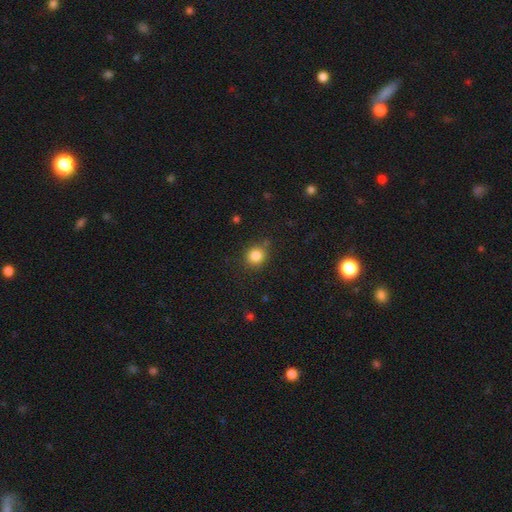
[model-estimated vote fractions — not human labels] A smooth galaxy with no disk features (85%) that is round (86%).

Vote fractions:
- Smooth or featured? smooth: 85% / star or artifact: 11% / featured or disk: 4%
- How rounded? round: 86% / in between: 13% / cigar-shaped: 1%
- Merging? none: 80% / minor disturbance: 13% / major disturbance: 4% / merger: 3%